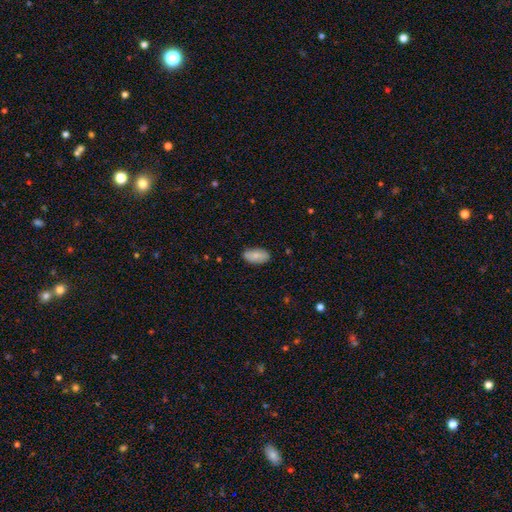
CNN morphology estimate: A smooth galaxy with no disk features (76%) that is in between round and cigar-shaped (92%). Merging: none (83%).